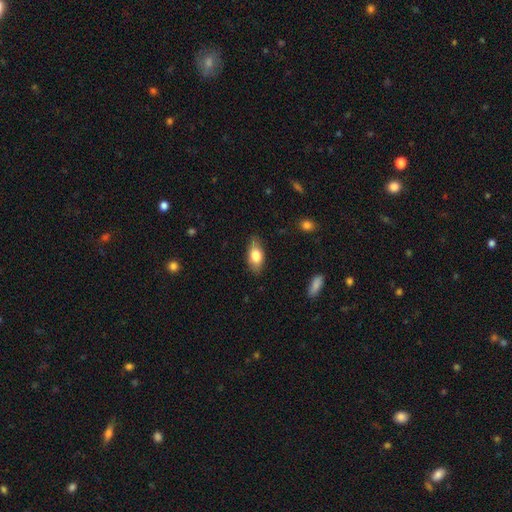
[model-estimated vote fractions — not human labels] Smooth or featured? smooth (74%)
How rounded? in between (86%)
Merging? none (82%)